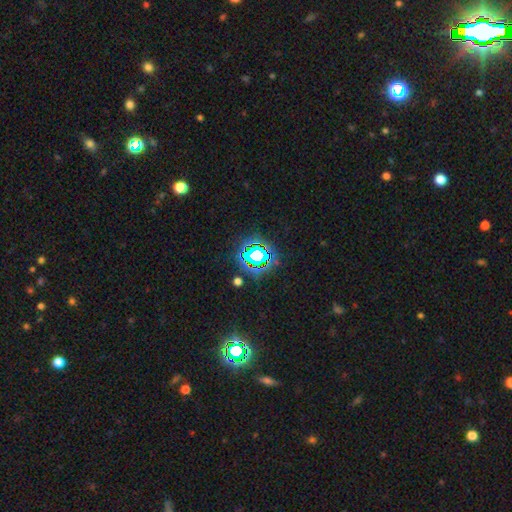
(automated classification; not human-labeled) This is likely a star or artifact rather than a galaxy (67%).